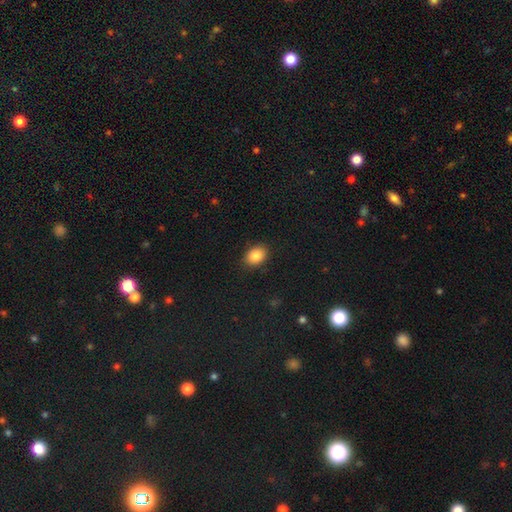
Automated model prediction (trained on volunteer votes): Q: Smooth or featured?
A: smooth (86%); runner-up: star or artifact (8%)
Q: How rounded?
A: in between (71%); runner-up: round (28%)
Q: Merging?
A: none (87%); runner-up: minor disturbance (10%)